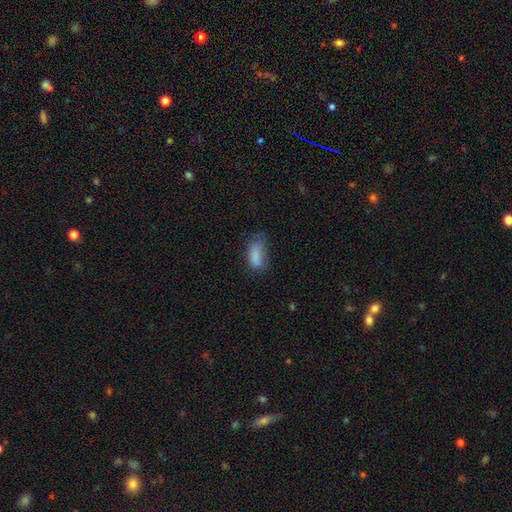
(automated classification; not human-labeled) Q: Smooth or featured?
A: smooth (83%); runner-up: star or artifact (9%)
Q: How rounded?
A: in between (91%); runner-up: cigar-shaped (5%)
Q: Merging?
A: none (48%); runner-up: minor disturbance (33%)